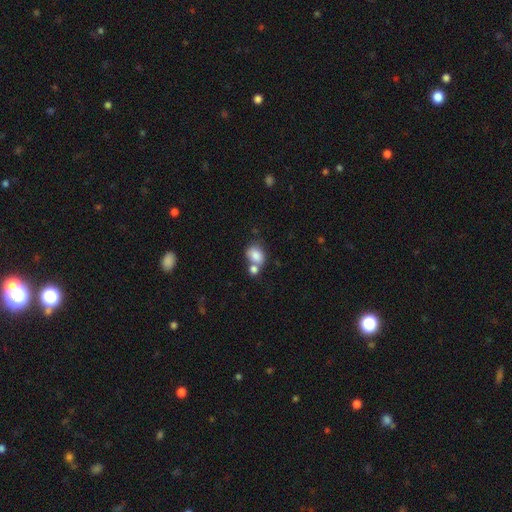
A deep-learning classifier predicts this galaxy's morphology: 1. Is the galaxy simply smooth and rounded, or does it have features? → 81% smooth, 10% featured or disk, 9% star or artifact.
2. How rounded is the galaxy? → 55% in between, 44% round, 1% cigar-shaped.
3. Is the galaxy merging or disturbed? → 46% merger, 36% none, 12% minor disturbance, 5% major disturbance.